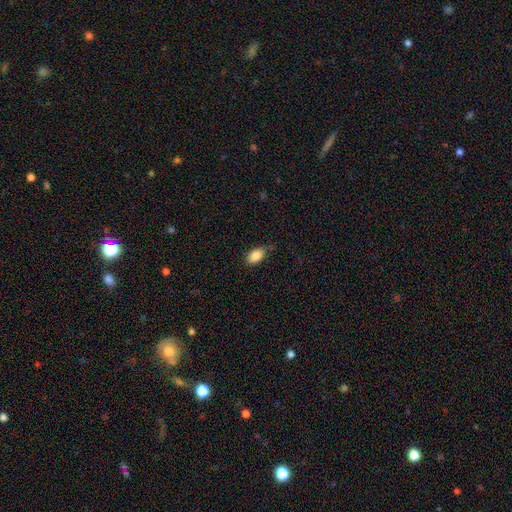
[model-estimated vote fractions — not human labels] This appears to be a smooth galaxy with no disk features (87%) that is in between round and cigar-shaped (90%). Merging: none (70%).